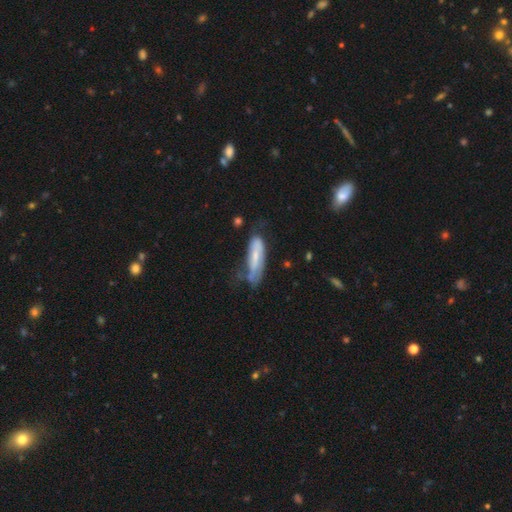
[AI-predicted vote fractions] Smooth or featured: smooth — 47% (featured or disk — 46%)
Merging: none — 37% (minor disturbance — 34%)